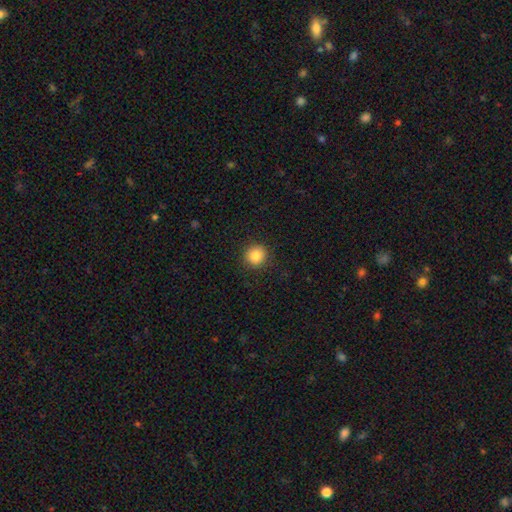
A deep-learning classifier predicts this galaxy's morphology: Smooth or featured? Predicted: smooth (p=0.85). How rounded? Predicted: round (p=0.93). Merging? Predicted: none (p=0.91).